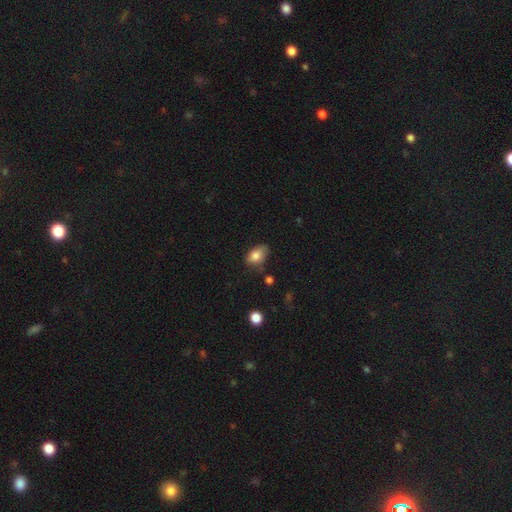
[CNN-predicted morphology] Smooth or featured: smooth — 81% (featured or disk — 10%)
How rounded: in between — 84% (round — 15%)
Merging: none — 59% (minor disturbance — 31%)